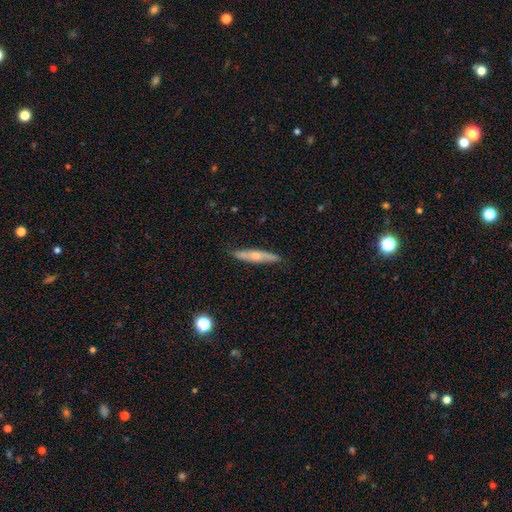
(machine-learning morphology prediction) Smooth or featured: featured or disk — 51% (smooth — 44%)
Edge-on disk: yes — 80% (no — 20%)
Merging: none — 81% (minor disturbance — 15%)